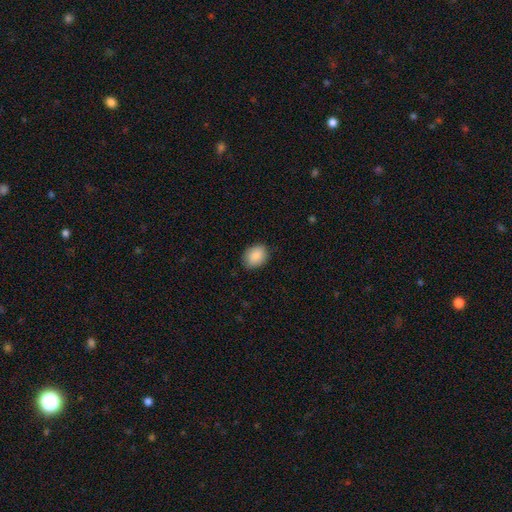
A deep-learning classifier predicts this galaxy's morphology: This is clearly a smooth galaxy (89%). How rounded: likely in between (66%). Merging: clearly none (85%).